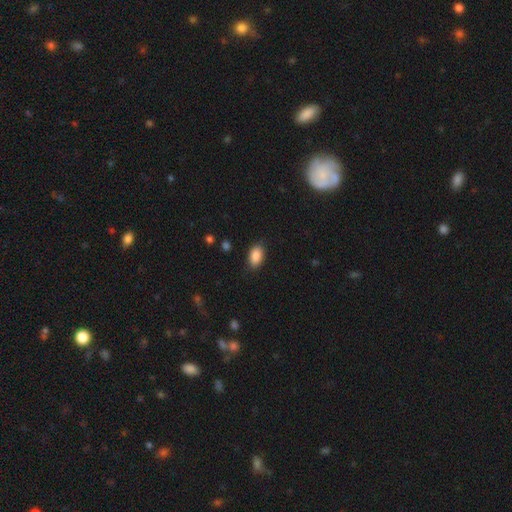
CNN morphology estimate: A smooth galaxy with no disk features (88%) that is in between round and cigar-shaped (92%). Merging: none (86%).